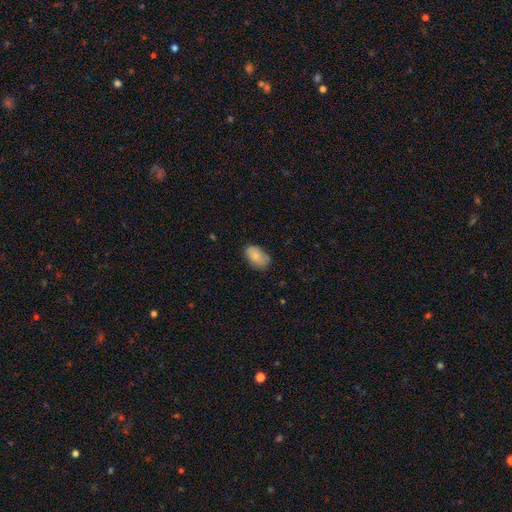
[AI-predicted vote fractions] smooth-or-featured: smooth: 79% | featured or disk: 14% | star or artifact: 7%
  how-rounded: in between: 92% | round: 7% | cigar-shaped: 2%
  merging: none: 75% | minor disturbance: 20% | major disturbance: 4% | merger: 1%